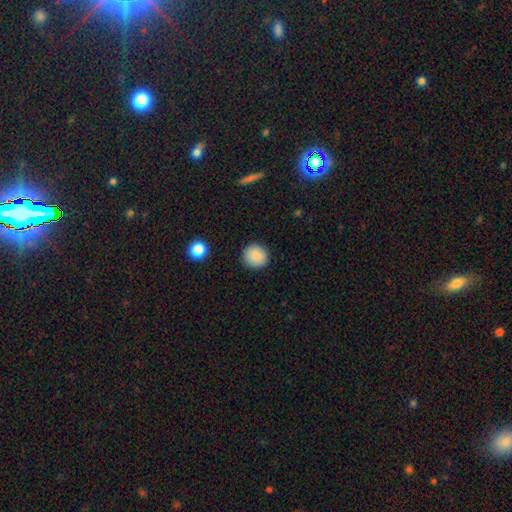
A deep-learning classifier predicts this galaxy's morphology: This appears to be a smooth galaxy with no disk features (88%) that is round (93%). Merging: none (91%).